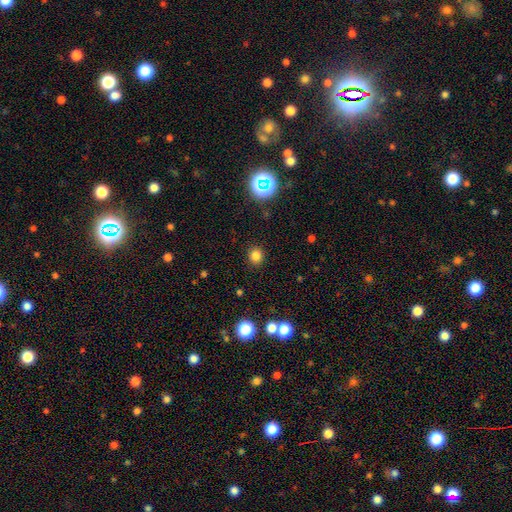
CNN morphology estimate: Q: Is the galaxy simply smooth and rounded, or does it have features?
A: smooth — 79%.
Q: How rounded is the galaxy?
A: round — 86%.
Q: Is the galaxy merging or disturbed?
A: none — 90%.